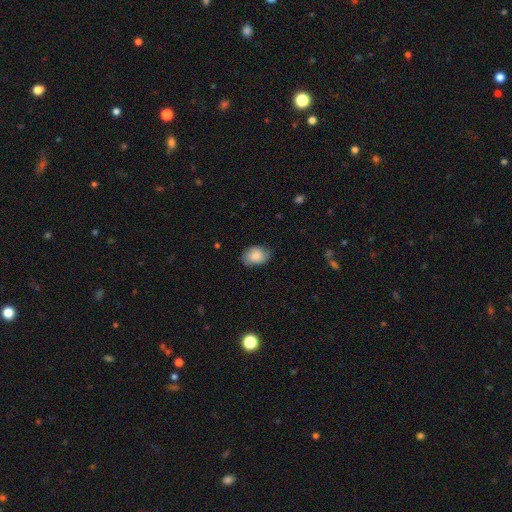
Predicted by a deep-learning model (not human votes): This is clearly a smooth galaxy (82%). How rounded: likely in between (78%). Merging: likely none (71%).